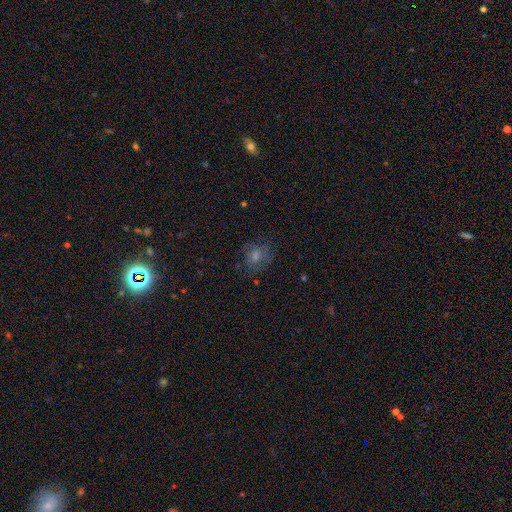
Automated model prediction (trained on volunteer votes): A smooth galaxy with no disk features (37%).

Vote fractions:
- Smooth or featured? smooth: 37% / featured or disk: 32% / star or artifact: 31%
- Merging? none: 74% / minor disturbance: 16% / major disturbance: 9% / merger: 1%